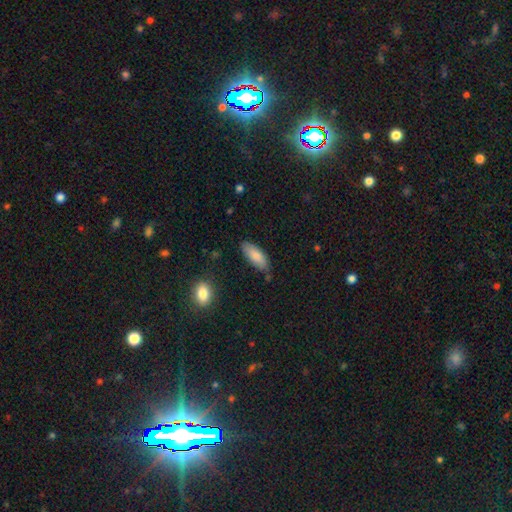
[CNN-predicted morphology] Smooth or featured? Predicted: smooth (p=0.83). How rounded? Predicted: in between (p=0.73). Merging? Predicted: none (p=0.80).